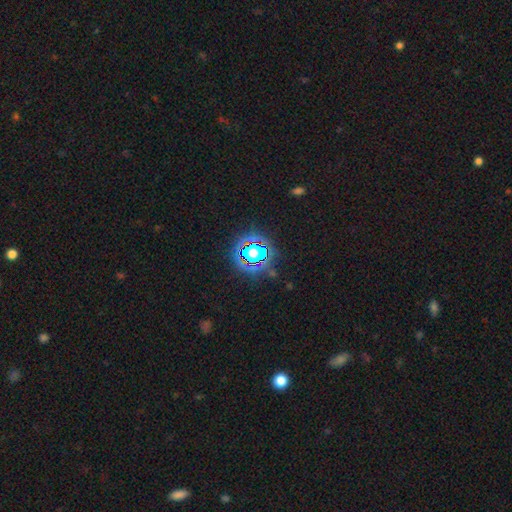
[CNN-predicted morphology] This appears to be a star or artifact, not a galaxy (73%).